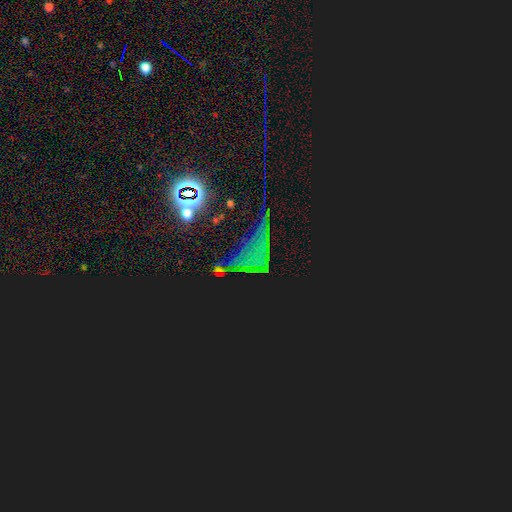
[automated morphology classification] star or artifact 76%, smooth 14%, featured or disk 10%.